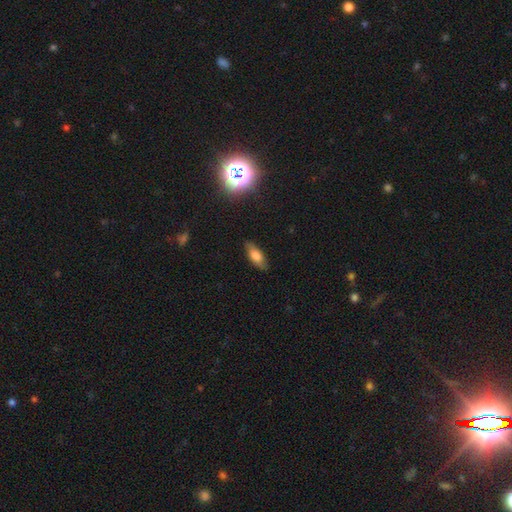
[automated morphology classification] Q: Smooth or featured?
A: smooth (72%); runner-up: featured or disk (19%)
Q: How rounded?
A: in between (72%); runner-up: cigar-shaped (25%)
Q: Merging?
A: none (82%); runner-up: minor disturbance (14%)